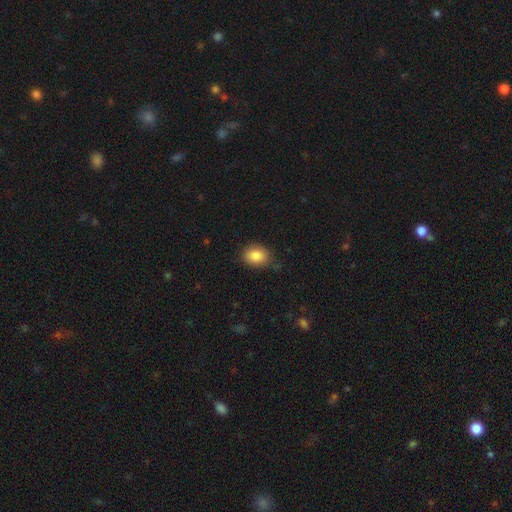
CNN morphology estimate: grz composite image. It shows a smooth galaxy with no disk features (85%) that is in between round and cigar-shaped (64%). Merging: none (74%).